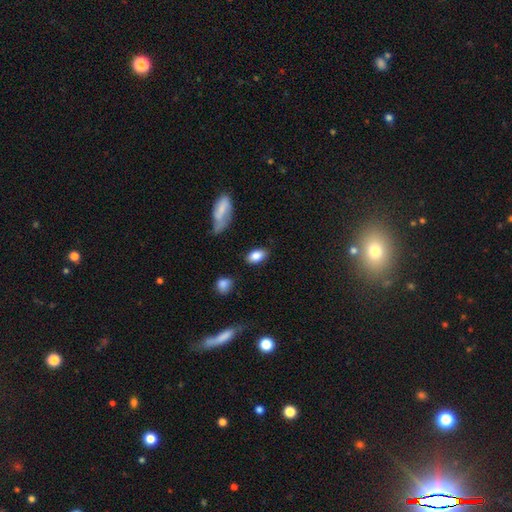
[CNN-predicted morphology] The model was most divided on "merging": none: 80%, minor disturbance: 14%, major disturbance: 3%, merger: 3%. More confident: how rounded — in between (91%); smooth or featured — smooth (84%).